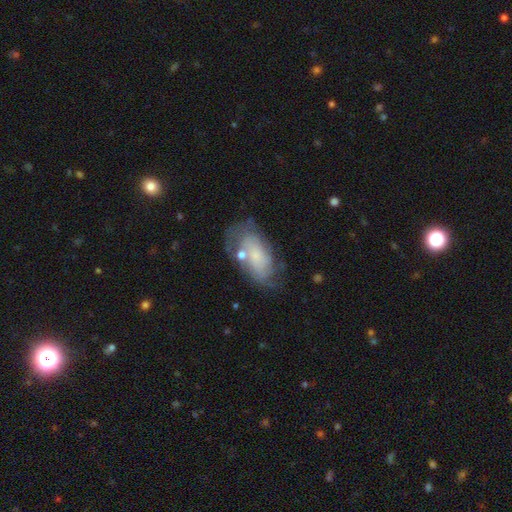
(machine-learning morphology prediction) Q: Smooth or featured?
A: featured or disk (53%); runner-up: smooth (39%)
Q: Edge-on disk?
A: no (93%); runner-up: yes (7%)
Q: Merging?
A: none (50%); runner-up: minor disturbance (25%)